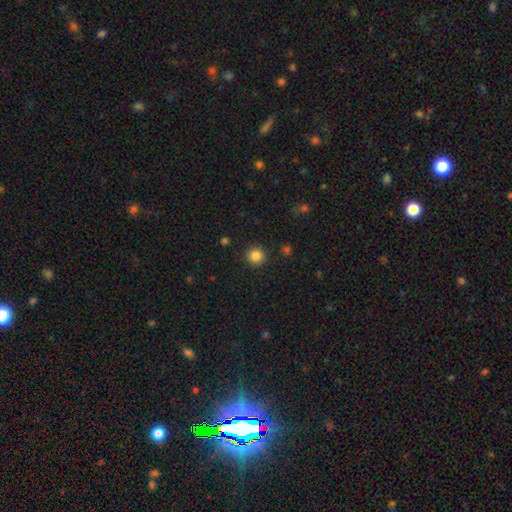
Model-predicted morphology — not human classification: The model was most divided on "smooth or featured": smooth: 85%, star or artifact: 11%, featured or disk: 4%. More confident: how rounded — round (93%); merging — none (91%).